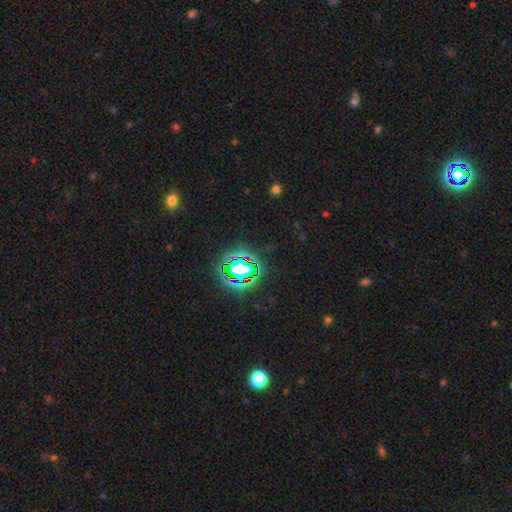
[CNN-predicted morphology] Smooth or featured? star or artifact (81%)